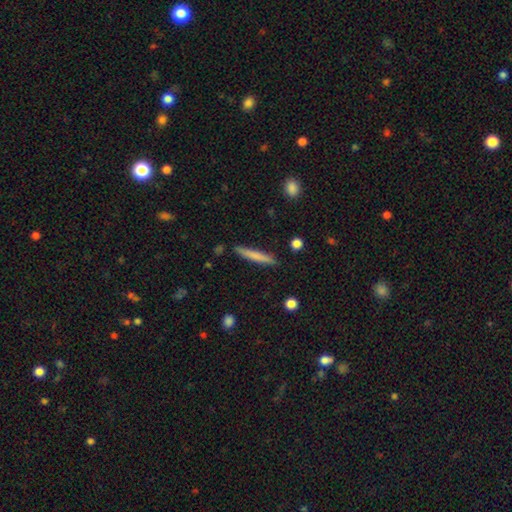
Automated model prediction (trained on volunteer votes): Smooth or featured: smooth — 70% (featured or disk — 24%)
How rounded: cigar-shaped — 95% (in between — 4%)
Merging: none — 88% (minor disturbance — 8%)